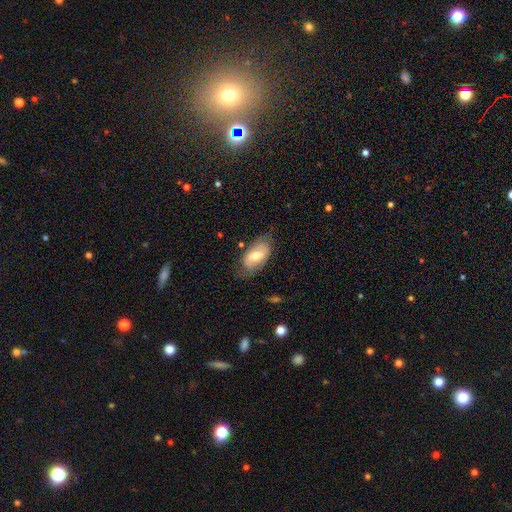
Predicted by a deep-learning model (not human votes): smooth 54%, featured or disk 40%, star or artifact 6%. Down the decision tree: how rounded — in between (93%); merging — none (67%).